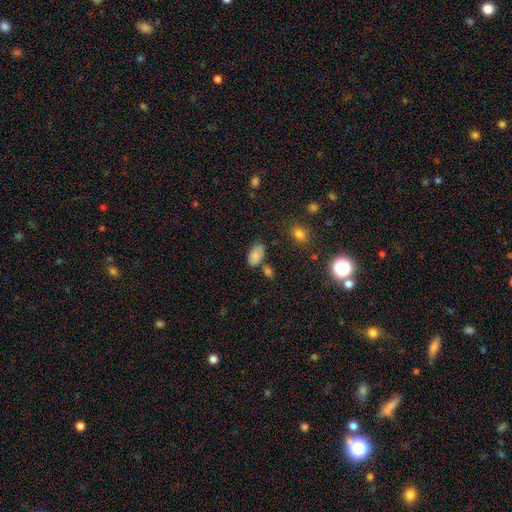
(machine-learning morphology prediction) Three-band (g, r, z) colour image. It shows a smooth galaxy with no disk features (83%) that is in between round and cigar-shaped (93%). Merging: none (66%).